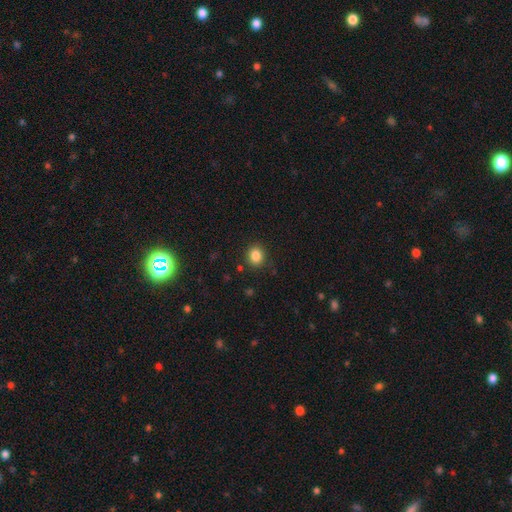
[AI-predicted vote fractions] Q: Smooth or featured?
A: smooth (84%); runner-up: star or artifact (11%)
Q: How rounded?
A: round (75%); runner-up: in between (24%)
Q: Merging?
A: none (88%); runner-up: minor disturbance (8%)